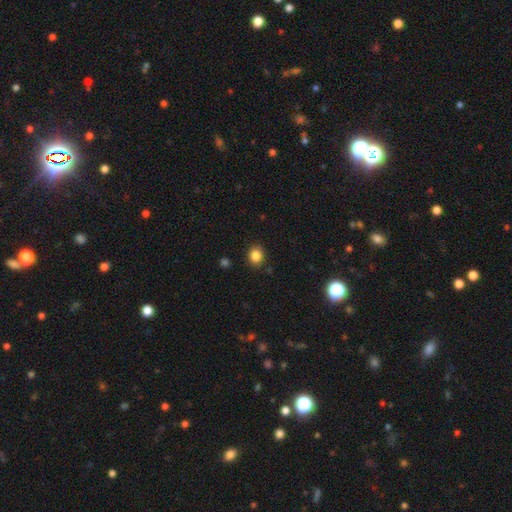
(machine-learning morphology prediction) Smooth or featured: smooth — 85% (star or artifact — 11%)
How rounded: round — 72% (in between — 28%)
Merging: none — 88% (minor disturbance — 8%)